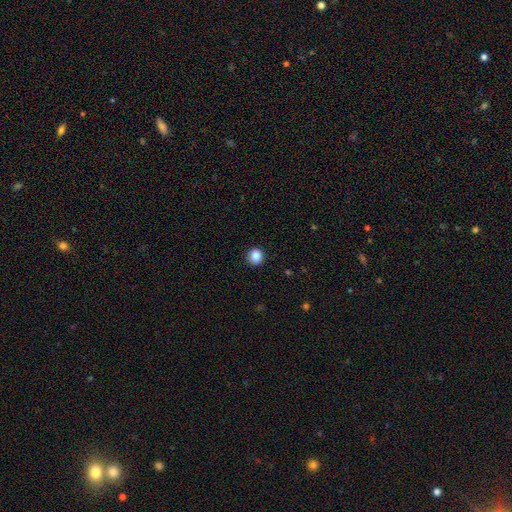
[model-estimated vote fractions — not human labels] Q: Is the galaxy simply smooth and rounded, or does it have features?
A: smooth — 87%.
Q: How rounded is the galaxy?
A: round — 92%.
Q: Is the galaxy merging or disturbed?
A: none — 91%.